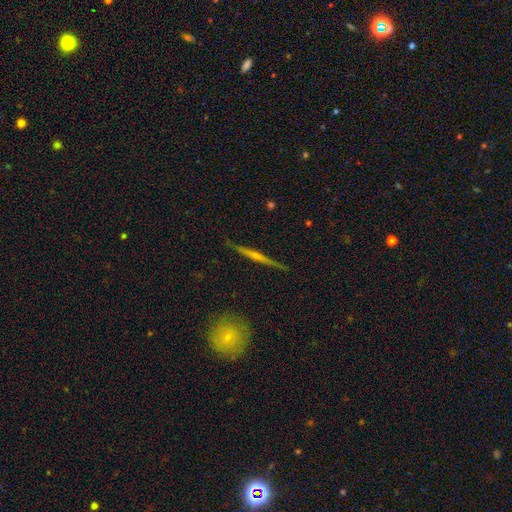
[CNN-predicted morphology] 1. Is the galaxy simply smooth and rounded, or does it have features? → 66% featured or disk, 27% smooth, 7% star or artifact.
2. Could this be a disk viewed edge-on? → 97% yes, 3% no.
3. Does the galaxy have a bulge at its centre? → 61% none, 31% rounded, 9% boxy.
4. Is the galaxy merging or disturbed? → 90% none, 7% minor disturbance, 2% major disturbance, 1% merger.